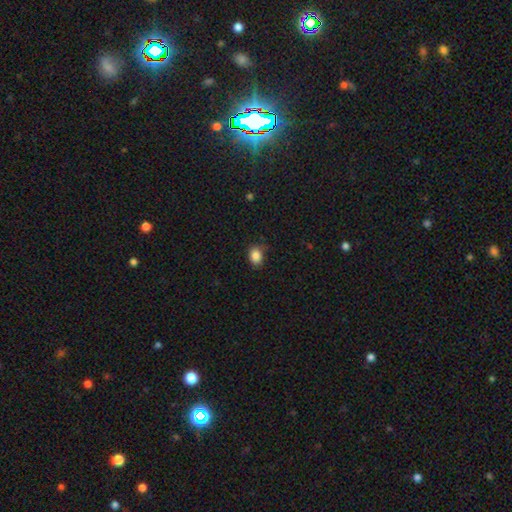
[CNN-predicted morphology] The model was most divided on "how rounded": in between: 63%, round: 36%, cigar-shaped: 1%. More confident: smooth or featured — smooth (86%); merging — none (79%).